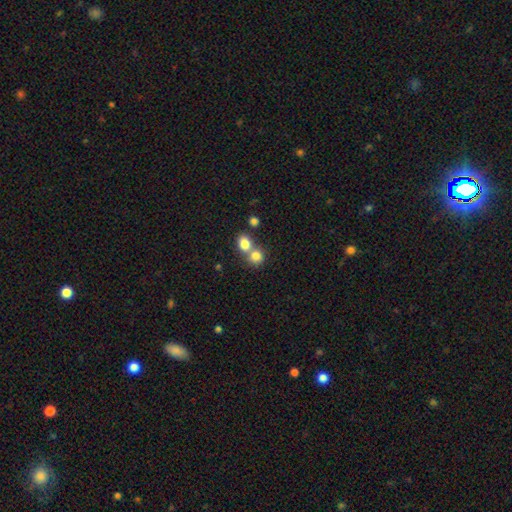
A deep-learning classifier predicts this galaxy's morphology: type=smooth (81%); roundness=round (77%); merging=merger (54%).